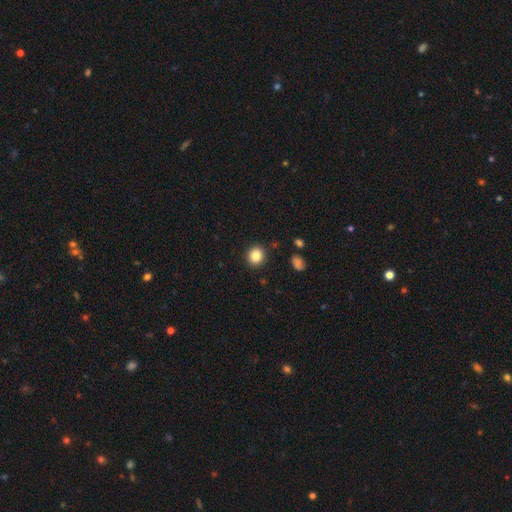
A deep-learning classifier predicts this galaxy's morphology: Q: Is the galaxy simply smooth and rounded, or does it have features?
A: smooth — 87%.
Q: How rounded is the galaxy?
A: round — 80%.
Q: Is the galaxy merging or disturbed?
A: none — 90%.